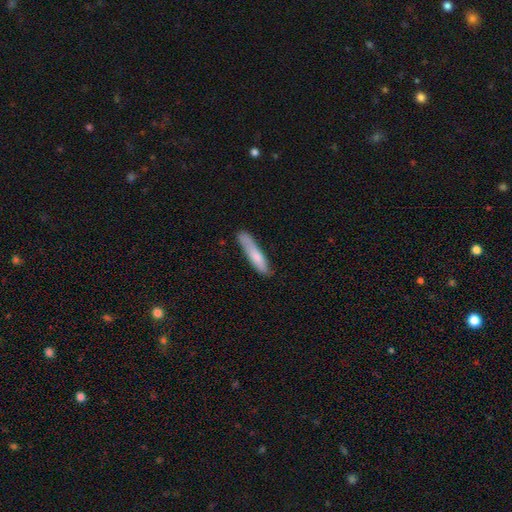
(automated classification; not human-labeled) Smooth or featured?
  - smooth: 77% *
  - featured or disk: 18%
  - star or artifact: 6%
How rounded?
  - cigar-shaped: 86% *
  - in between: 13%
  - round: 1%
Merging?
  - none: 69% *
  - minor disturbance: 23%
  - major disturbance: 5%
  - merger: 3%